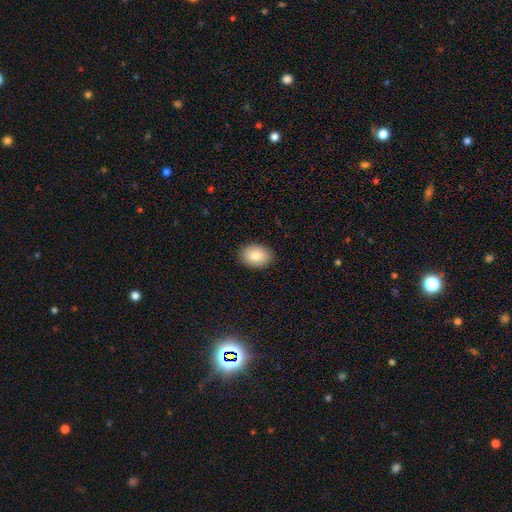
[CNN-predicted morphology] smooth_or_featured: smooth (p=0.83) [alt: featured or disk p=0.09]
how_rounded: in between (p=0.76) [alt: round p=0.23]
merging: none (p=0.89) [alt: minor disturbance p=0.08]